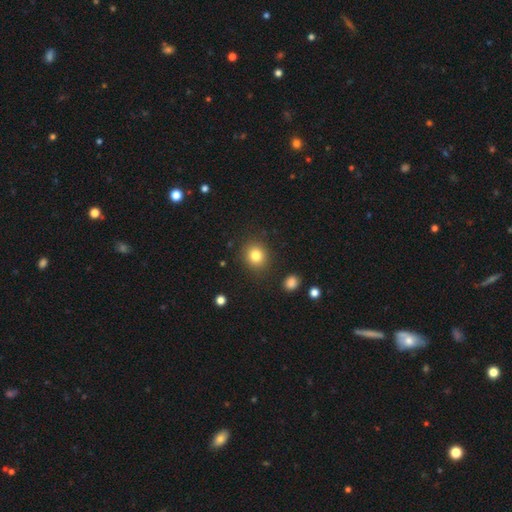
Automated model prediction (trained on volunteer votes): Smooth or featured? Predicted: smooth (p=0.82). How rounded? Predicted: round (p=0.81). Merging? Predicted: none (p=0.87).